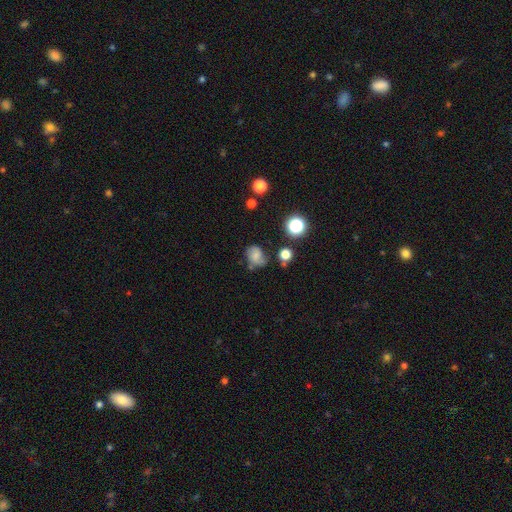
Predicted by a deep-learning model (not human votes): A smooth galaxy with no disk features (60%) that is in between round and cigar-shaped (54%). Merging: none (54%).